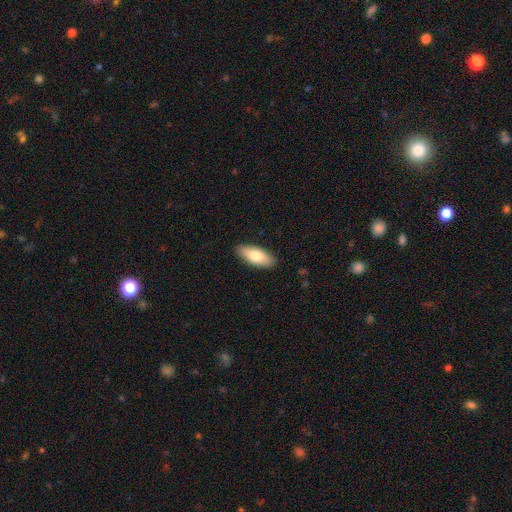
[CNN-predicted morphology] Overall: smooth (77%). How rounded: in between (78%). Merging: none (89%).